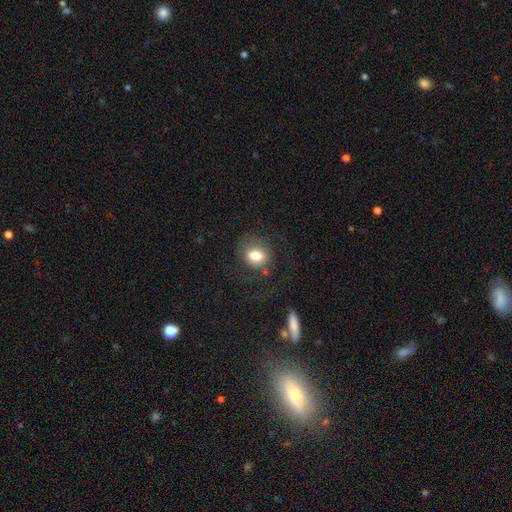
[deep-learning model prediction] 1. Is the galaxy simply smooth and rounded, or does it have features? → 77% smooth, 13% featured or disk, 10% star or artifact.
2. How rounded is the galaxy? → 65% round, 34% in between, 1% cigar-shaped.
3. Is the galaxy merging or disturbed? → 66% none, 17% minor disturbance, 14% major disturbance, 3% merger.